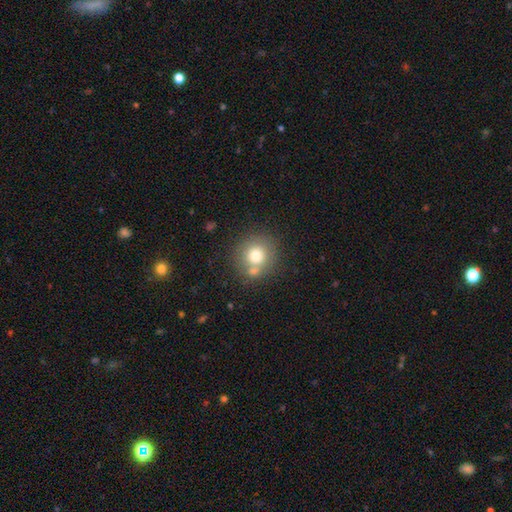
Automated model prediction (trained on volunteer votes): A smooth galaxy with no disk features (74%) that is round (88%). Merging: none (62%).